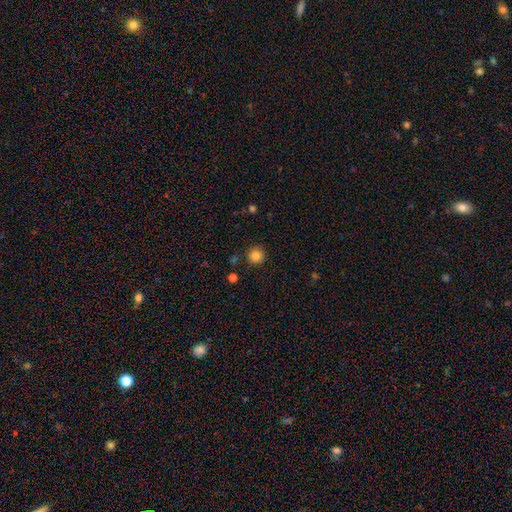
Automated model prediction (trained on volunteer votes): The model was most divided on "smooth or featured": smooth: 83%, star or artifact: 11%, featured or disk: 6%. More confident: how rounded — round (94%); merging — none (90%).